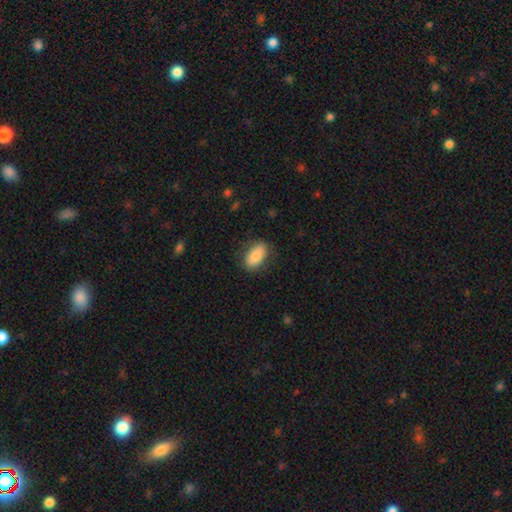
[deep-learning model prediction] Q: Smooth or featured?
A: smooth (84%); runner-up: featured or disk (10%)
Q: How rounded?
A: in between (87%); runner-up: cigar-shaped (8%)
Q: Merging?
A: none (82%); runner-up: minor disturbance (13%)